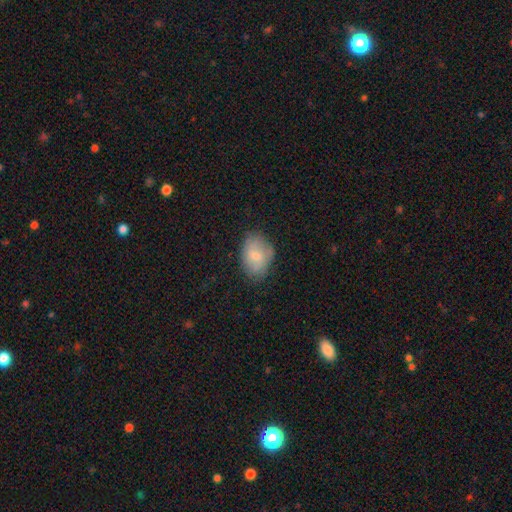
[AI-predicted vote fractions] Morphology: type=smooth (69%); roundness=in between (75%); merging=none (70%).